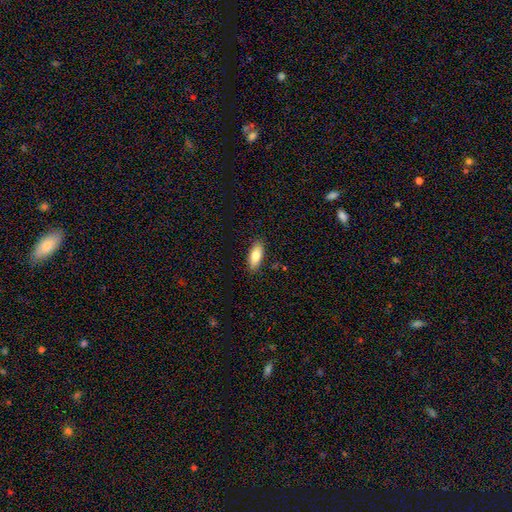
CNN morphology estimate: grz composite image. It shows a smooth galaxy with no disk features (80%) that is in between round and cigar-shaped (77%). Merging: none (87%).